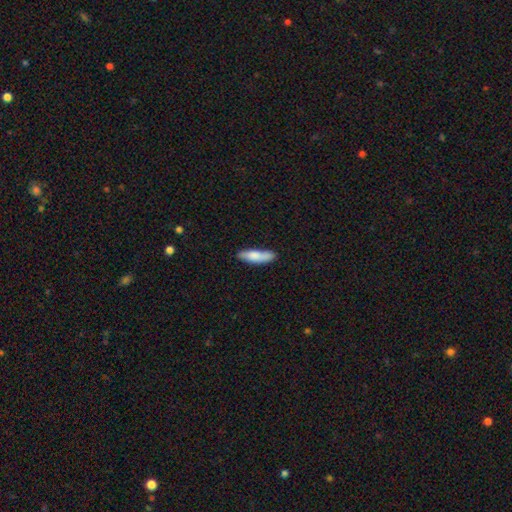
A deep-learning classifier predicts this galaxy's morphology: smooth 79%, featured or disk 15%, star or artifact 6%. Down the decision tree: how rounded — cigar-shaped (62%); merging — none (78%).